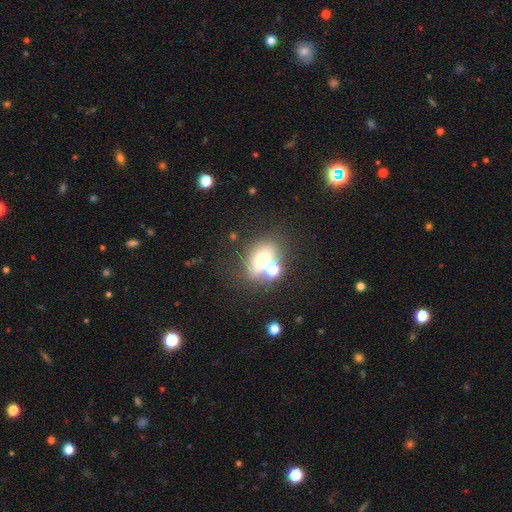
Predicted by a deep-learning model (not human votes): This is possibly a smooth galaxy (51%). How rounded: possibly in between (57%). Merging: possibly none (49%).